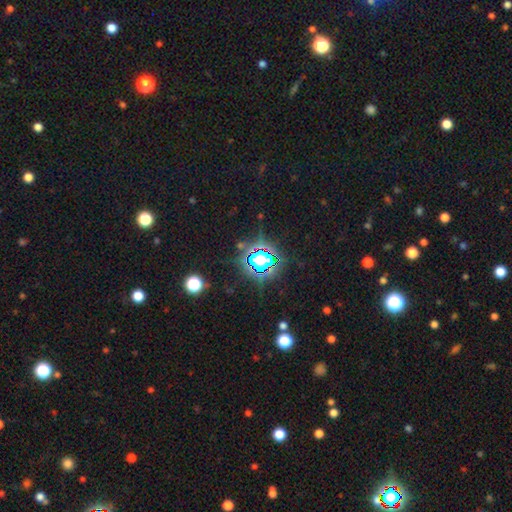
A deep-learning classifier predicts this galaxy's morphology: Smooth or featured?
  - star or artifact: 80% *
  - smooth: 13%
  - featured or disk: 7%